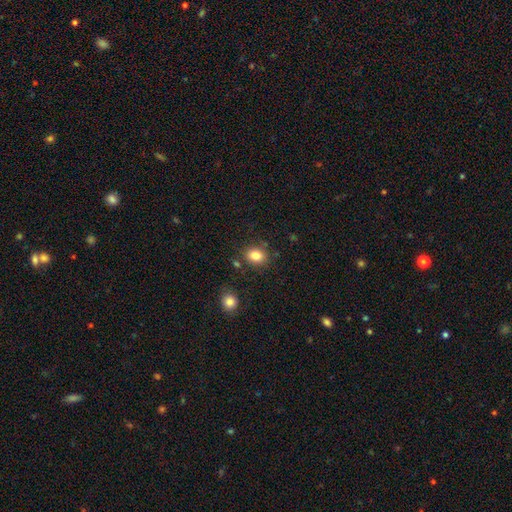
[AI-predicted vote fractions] Smooth or featured? smooth (84%)
How rounded? round (52%)
Merging? none (81%)